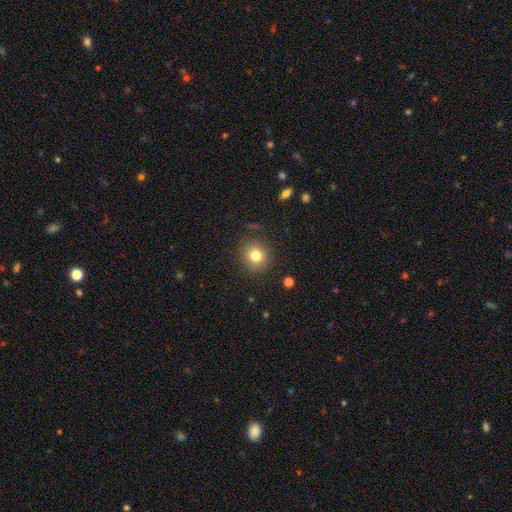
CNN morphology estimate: The model was most divided on "smooth or featured": smooth: 80%, star or artifact: 12%, featured or disk: 8%. More confident: merging — none (88%); how rounded — round (86%).